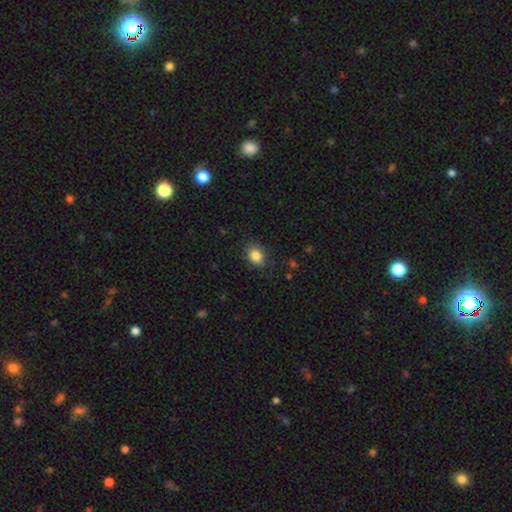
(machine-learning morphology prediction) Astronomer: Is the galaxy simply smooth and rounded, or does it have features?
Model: smooth — 85%.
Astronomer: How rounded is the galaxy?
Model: in between — 59% (runner-up: round, 40%).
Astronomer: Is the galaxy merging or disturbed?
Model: none — 83%.